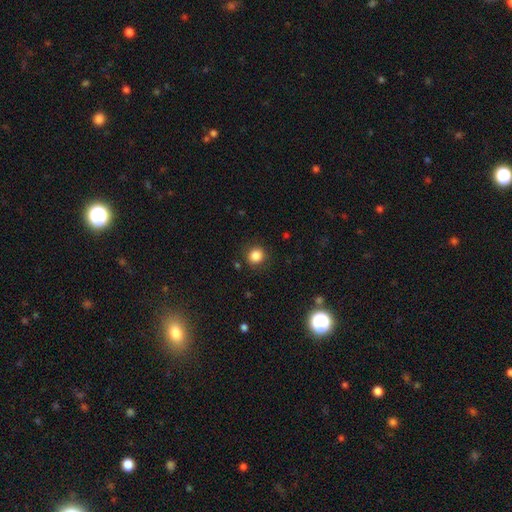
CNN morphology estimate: smooth 84%, star or artifact 11%, featured or disk 4%. Down the decision tree: how rounded — round (88%); merging — none (89%).